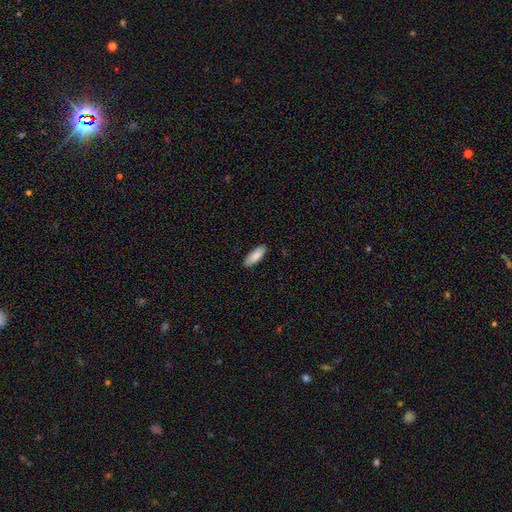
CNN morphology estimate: Overall: smooth (88%). How rounded: in between (68%; cigar-shaped 31%). Merging: none (89%).